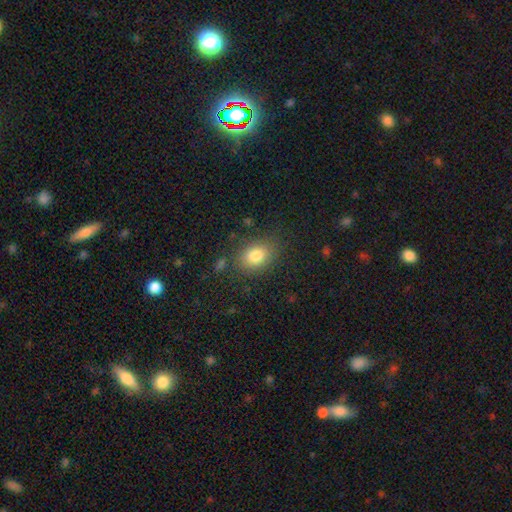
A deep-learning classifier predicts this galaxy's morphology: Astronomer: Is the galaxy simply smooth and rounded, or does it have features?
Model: smooth — 81%.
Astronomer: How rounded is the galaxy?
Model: in between — 71%.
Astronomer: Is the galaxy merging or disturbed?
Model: none — 79%.